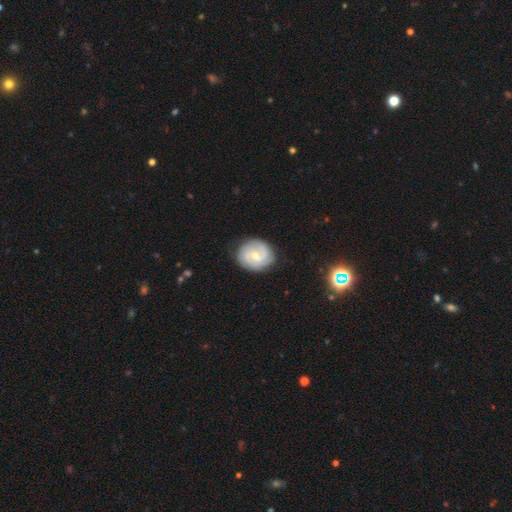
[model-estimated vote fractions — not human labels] This appears to be a featured or disk galaxy (74%) with no bar (46%, tied with weak), 2 (49%) tight (53%) spiral arms (93%) and a small central bulge (54%). Merging: none (80%).